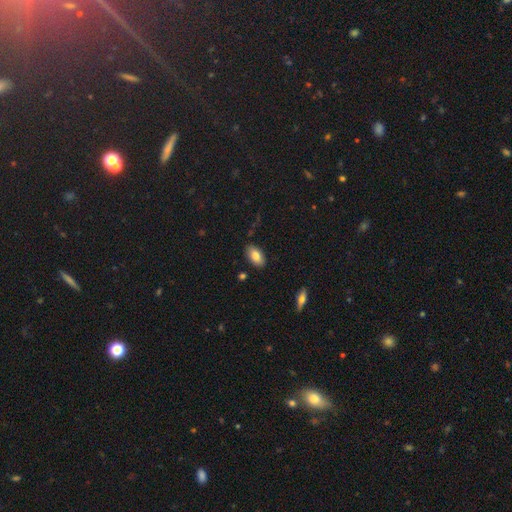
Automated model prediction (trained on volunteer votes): The model was most divided on "smooth or featured": smooth: 83%, featured or disk: 10%, star or artifact: 7%. More confident: how rounded — in between (94%); merging — none (87%).